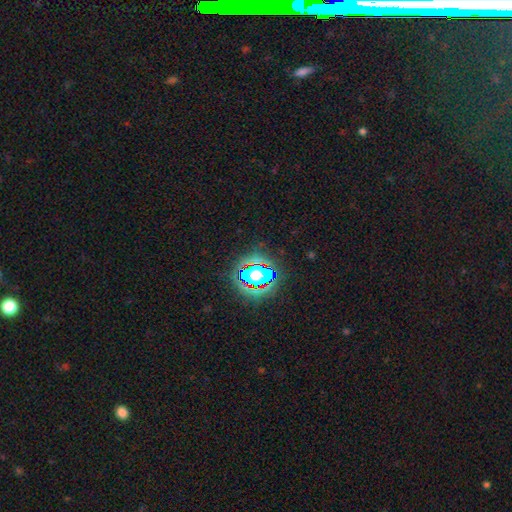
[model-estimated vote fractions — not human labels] This is likely a star or artifact rather than a galaxy (77%).